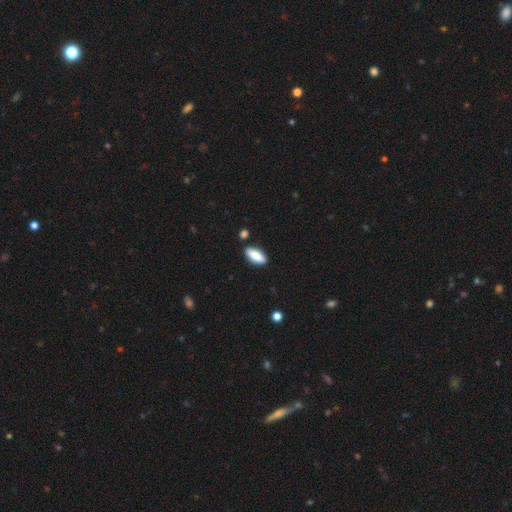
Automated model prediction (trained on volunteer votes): A smooth galaxy with no disk features (84%) that is in between round and cigar-shaped (77%).

Vote fractions:
- Smooth or featured? smooth: 84% / featured or disk: 10% / star or artifact: 6%
- How rounded? in between: 77% / cigar-shaped: 20% / round: 2%
- Merging? none: 85% / minor disturbance: 10% / merger: 3% / major disturbance: 2%